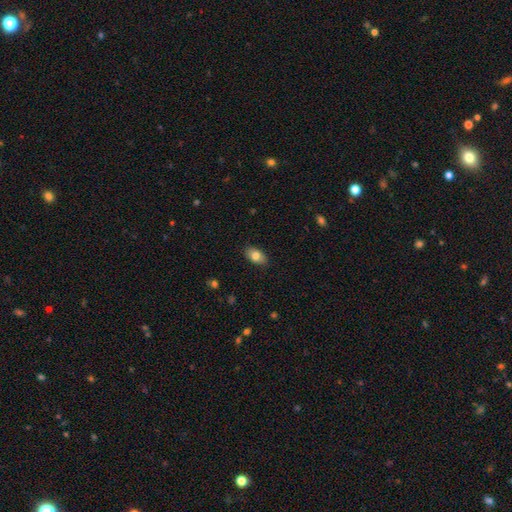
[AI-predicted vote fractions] A smooth galaxy with no disk features (79%) that is in between round and cigar-shaped (91%).

Vote fractions:
- Smooth or featured? smooth: 79% / featured or disk: 14% / star or artifact: 7%
- How rounded? in between: 91% / round: 7% / cigar-shaped: 2%
- Merging? none: 87% / minor disturbance: 10% / major disturbance: 2% / merger: 1%